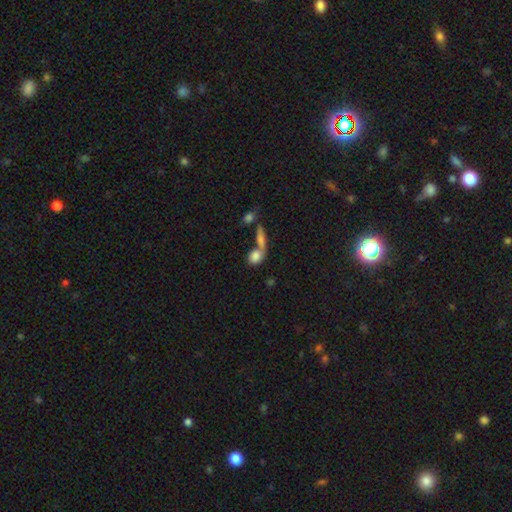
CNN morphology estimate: A smooth galaxy with no disk features (77%) that is in between round and cigar-shaped (53%).

Vote fractions:
- Smooth or featured? smooth: 77% / featured or disk: 13% / star or artifact: 9%
- How rounded? in between: 53% / round: 41% / cigar-shaped: 7%
- Merging? merger: 54% / none: 31% / minor disturbance: 9% / major disturbance: 6%